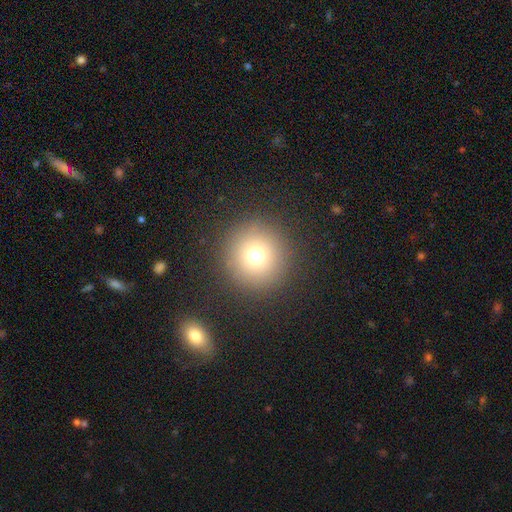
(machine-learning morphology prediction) smooth-or-featured: smooth: 73% | star or artifact: 18% | featured or disk: 10%
  how-rounded: round: 96% | in between: 3% | cigar-shaped: 1%
  merging: none: 91% | minor disturbance: 5% | major disturbance: 3% | merger: 1%